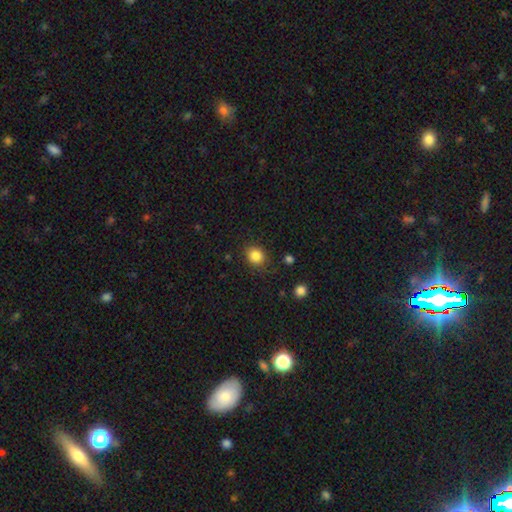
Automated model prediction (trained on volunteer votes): The model was most divided on "how rounded": round: 69%, in between: 30%, cigar-shaped: 1%. More confident: smooth or featured — smooth (84%); merging — none (83%).